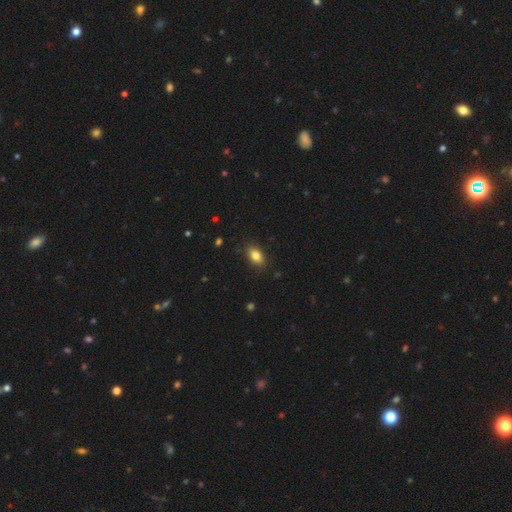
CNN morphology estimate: smooth 83%, star or artifact 9%, featured or disk 8%. Down the decision tree: how rounded — in between (87%); merging — none (84%).